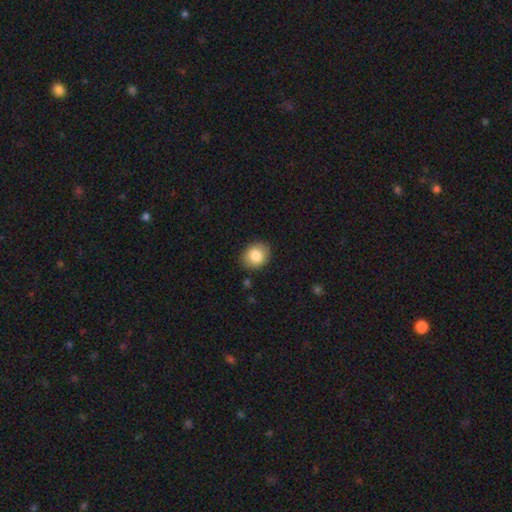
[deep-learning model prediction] Smooth or featured?
  - smooth: 84% *
  - star or artifact: 8%
  - featured or disk: 8%
How rounded?
  - round: 61% *
  - in between: 38%
  - cigar-shaped: 1%
Merging?
  - none: 86% *
  - minor disturbance: 10%
  - major disturbance: 2%
  - merger: 1%